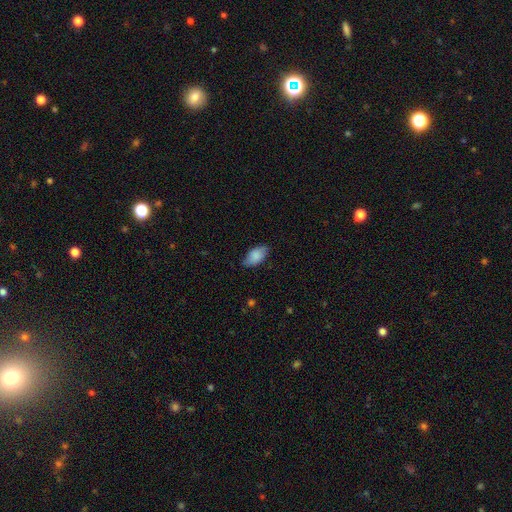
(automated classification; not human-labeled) Morphology: type=smooth (82%); roundness=in between (93%); merging=none (73%).